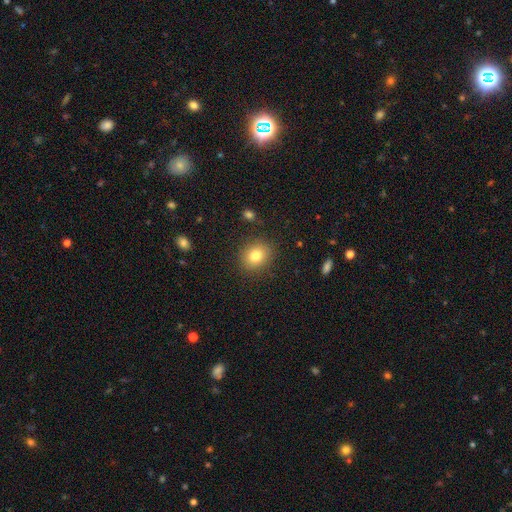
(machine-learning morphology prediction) type=smooth (80%); roundness=round (68%); merging=none (87%).